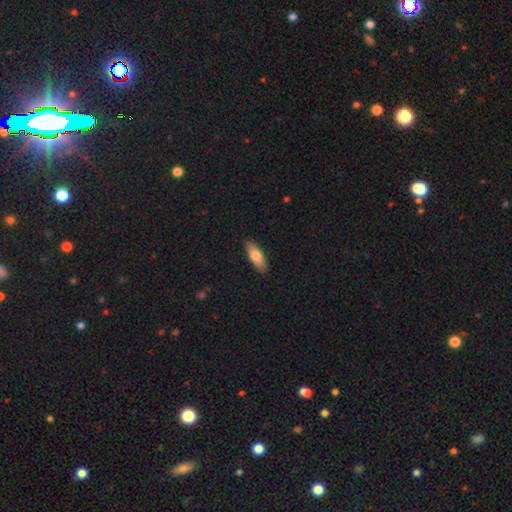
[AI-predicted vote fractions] Smooth or featured: smooth — 74% (featured or disk — 21%)
How rounded: in between — 70% (cigar-shaped — 28%)
Merging: none — 88% (minor disturbance — 9%)